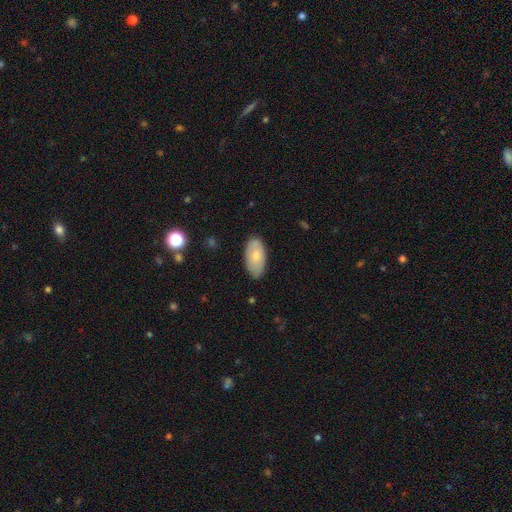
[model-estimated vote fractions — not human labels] This is likely a smooth galaxy (71%). How rounded: clearly in between (94%). Merging: likely none (78%).